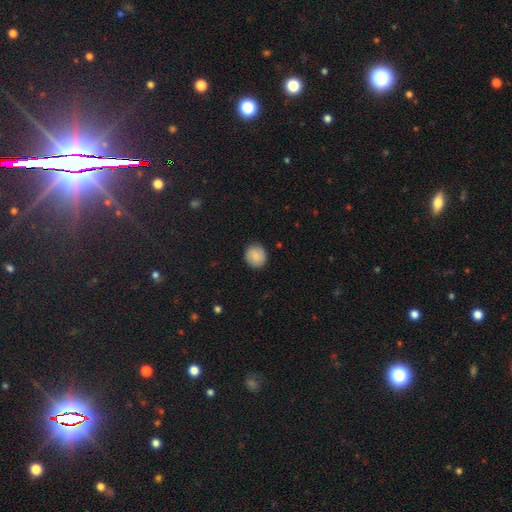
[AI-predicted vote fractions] smooth_or_featured: smooth (p=0.84) [alt: featured or disk p=0.09]
how_rounded: round (p=0.87) [alt: in between p=0.12]
merging: none (p=0.89) [alt: minor disturbance p=0.08]